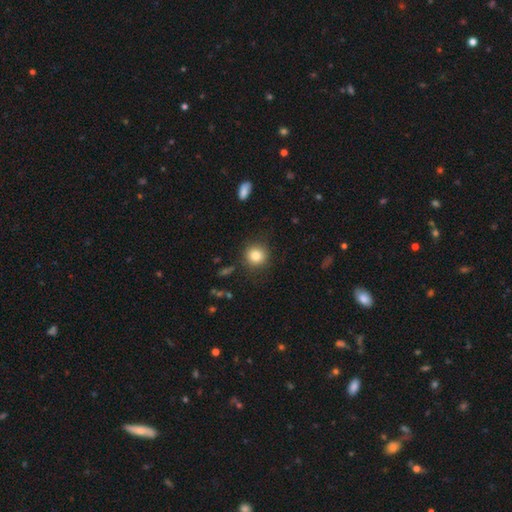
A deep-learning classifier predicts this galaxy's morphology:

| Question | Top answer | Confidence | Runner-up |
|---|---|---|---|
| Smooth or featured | smooth | 83% | star or artifact (10%) |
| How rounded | round | 91% | in between (8%) |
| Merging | none | 86% | minor disturbance (9%) |